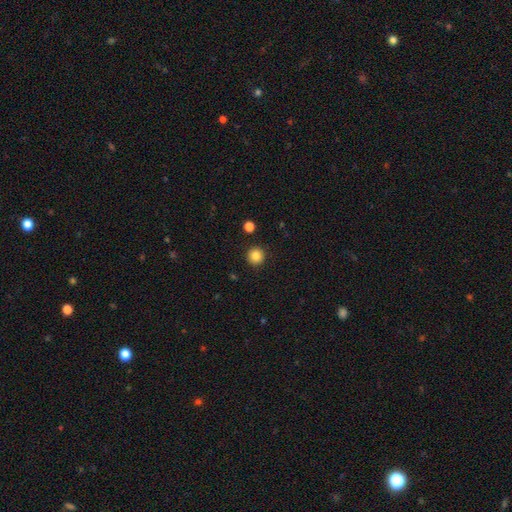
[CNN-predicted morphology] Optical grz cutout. It shows a smooth galaxy with no disk features (85%) that is round (95%). Merging: none (92%).